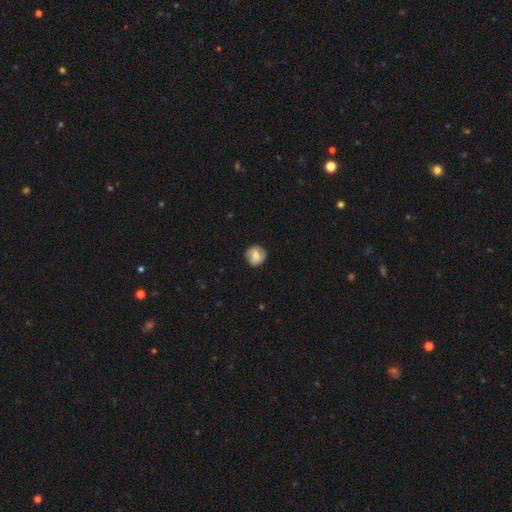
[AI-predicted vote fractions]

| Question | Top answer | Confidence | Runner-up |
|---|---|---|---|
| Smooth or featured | smooth | 67% | featured or disk (26%) |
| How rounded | round | 87% | in between (11%) |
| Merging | none | 83% | minor disturbance (13%) |